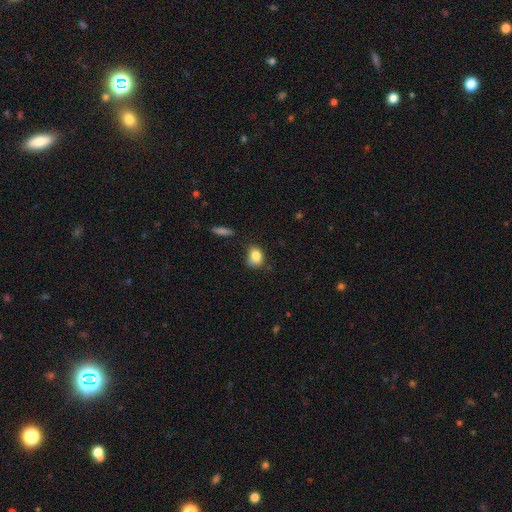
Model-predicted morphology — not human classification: Smooth or featured?
  - smooth: 81% *
  - star or artifact: 10%
  - featured or disk: 9%
How rounded?
  - in between: 60% *
  - round: 38%
  - cigar-shaped: 2%
Merging?
  - none: 54% *
  - minor disturbance: 31%
  - major disturbance: 10%
  - merger: 5%